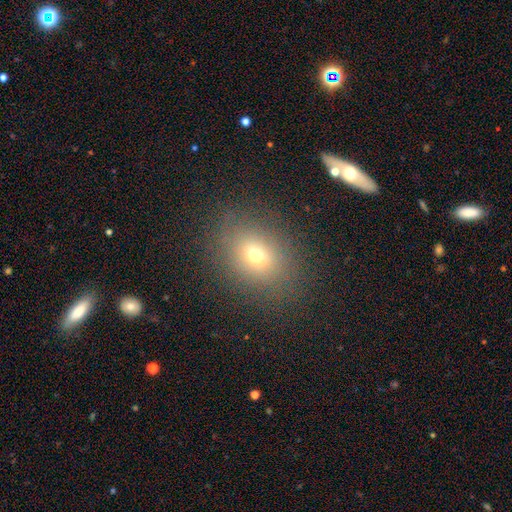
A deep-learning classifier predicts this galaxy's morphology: Smooth or featured: smooth — 67% (star or artifact — 18%)
How rounded: in between — 50% (round — 48%)
Merging: none — 84% (minor disturbance — 10%)